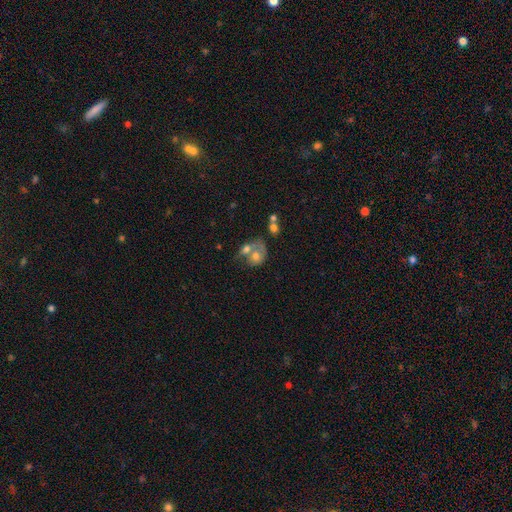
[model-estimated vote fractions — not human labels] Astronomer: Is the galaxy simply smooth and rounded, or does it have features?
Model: smooth — 53% (runner-up: featured or disk, 38%).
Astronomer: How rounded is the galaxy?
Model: in between — 52% (runner-up: round, 46%).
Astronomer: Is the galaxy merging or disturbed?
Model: merger — 63%.